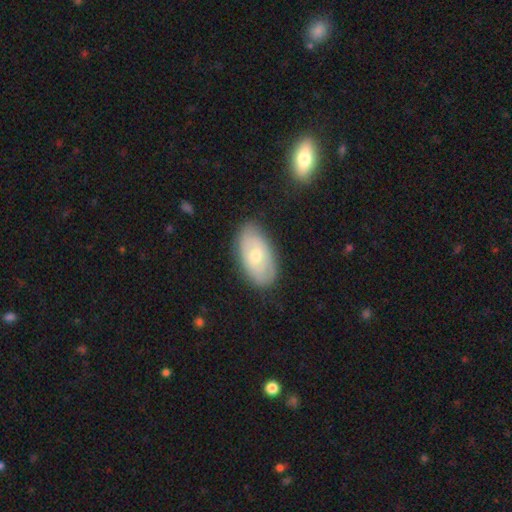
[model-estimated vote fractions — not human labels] A featured or disk galaxy (49%).

Vote fractions:
- Smooth or featured? featured or disk: 49% / smooth: 45% / star or artifact: 6%
- Merging? none: 82% / minor disturbance: 13% / major disturbance: 3% / merger: 1%